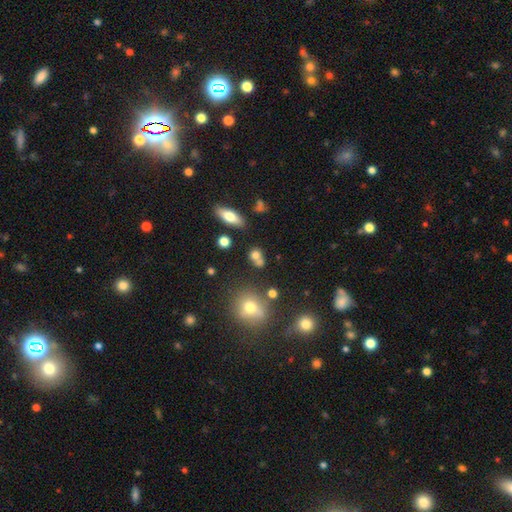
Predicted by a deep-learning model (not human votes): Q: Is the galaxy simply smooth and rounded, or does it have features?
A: smooth — 72%.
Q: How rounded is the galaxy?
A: round — 57%.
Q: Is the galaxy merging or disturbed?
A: none — 48%.